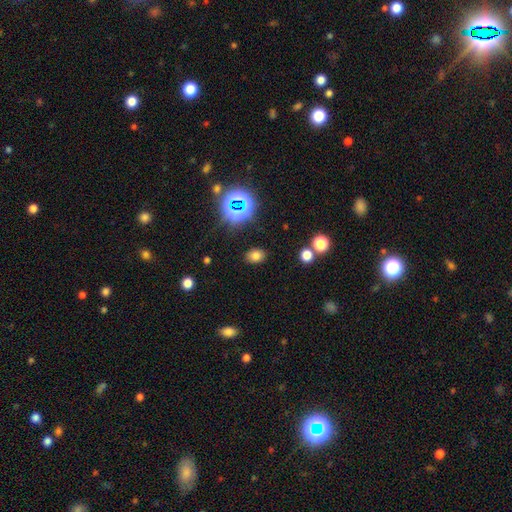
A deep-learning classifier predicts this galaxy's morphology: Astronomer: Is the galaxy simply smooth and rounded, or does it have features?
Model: smooth — 72%.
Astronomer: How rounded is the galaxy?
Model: in between — 64%.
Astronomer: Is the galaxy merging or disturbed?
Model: none — 85%.